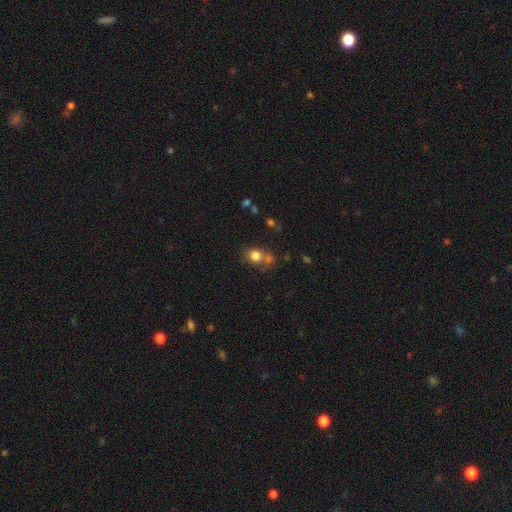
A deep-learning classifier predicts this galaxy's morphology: The model was most divided on "merging": none: 54%, merger: 26%, minor disturbance: 14%, major disturbance: 6%. More confident: smooth or featured — smooth (79%); how rounded — round (70%).